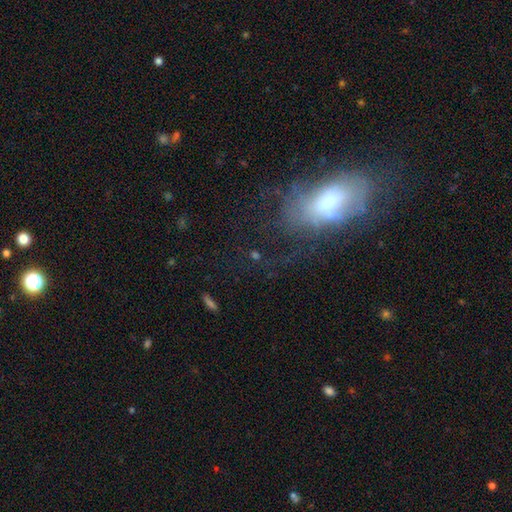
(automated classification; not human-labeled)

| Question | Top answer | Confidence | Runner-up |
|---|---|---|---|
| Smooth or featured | smooth | 37% | featured or disk (34%) |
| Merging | none | 48% | major disturbance (27%) |